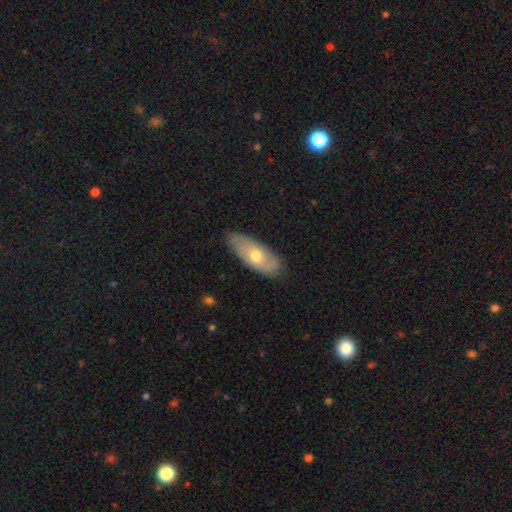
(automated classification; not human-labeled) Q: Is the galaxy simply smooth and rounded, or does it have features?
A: smooth — 55%.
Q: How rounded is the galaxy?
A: in between — 81%.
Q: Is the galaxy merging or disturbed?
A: none — 77%.